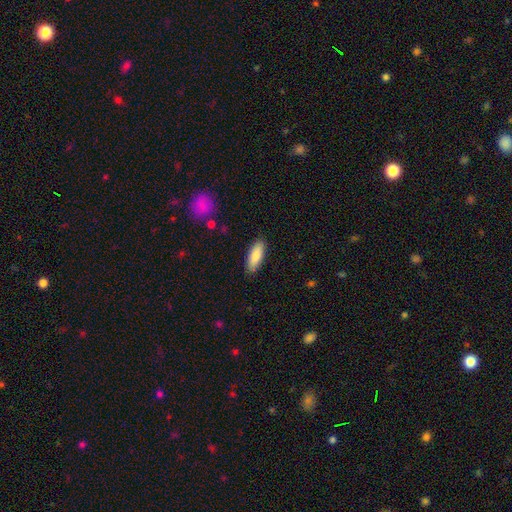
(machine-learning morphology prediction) A smooth galaxy with no disk features (85%) that is in between round and cigar-shaped (72%). Merging: none (87%).